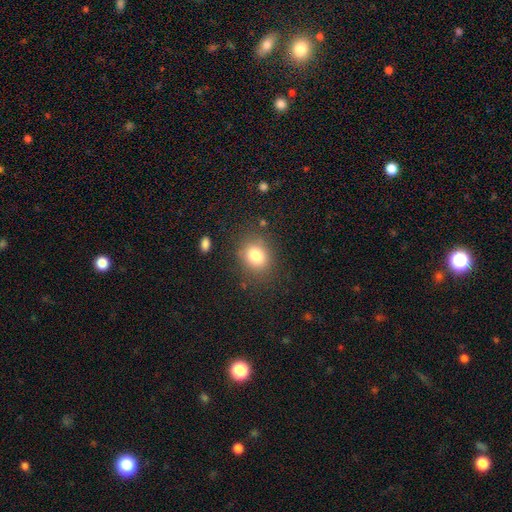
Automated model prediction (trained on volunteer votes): smooth_or_featured: smooth (p=0.80) [alt: star or artifact p=0.11]
how_rounded: round (p=0.60) [alt: in between p=0.39]
merging: none (p=0.81) [alt: minor disturbance p=0.12]